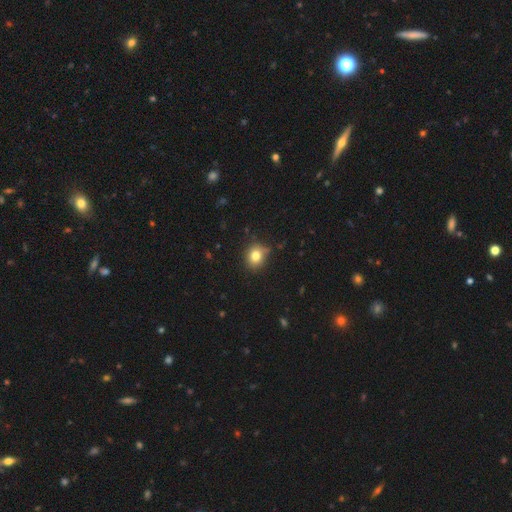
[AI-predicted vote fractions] The model was most divided on "how rounded": round: 71%, in between: 28%, cigar-shaped: 1%. More confident: smooth or featured — smooth (80%); merging — none (76%).